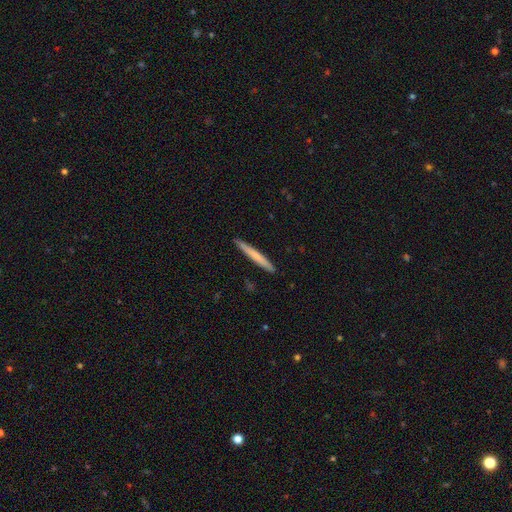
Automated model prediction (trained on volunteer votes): smooth 66%, featured or disk 29%, star or artifact 5%. Down the decision tree: how rounded — cigar-shaped (97%); merging — none (92%).